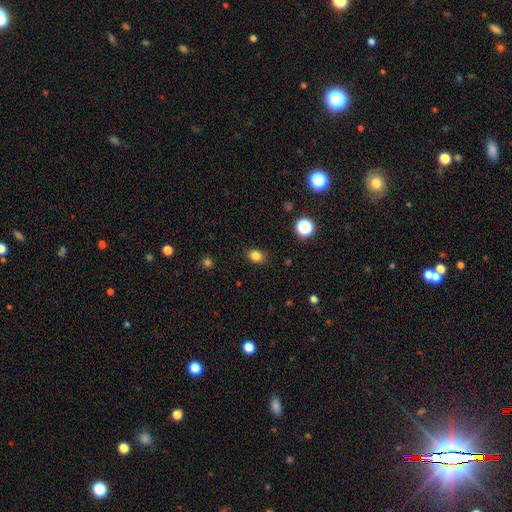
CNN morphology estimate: smooth 83%, star or artifact 13%, featured or disk 4%. Down the decision tree: how rounded — in between (59%); merging — none (86%).